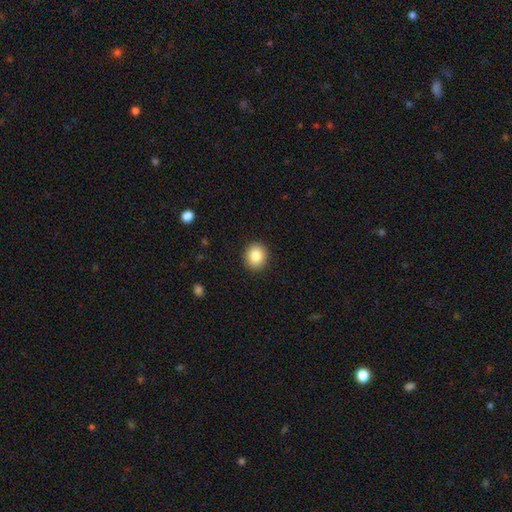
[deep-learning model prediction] smooth-or-featured: smooth: 86% | star or artifact: 8% | featured or disk: 5%
  how-rounded: round: 74% | in between: 25% | cigar-shaped: 1%
  merging: none: 91% | minor disturbance: 6% | major disturbance: 2% | merger: 1%